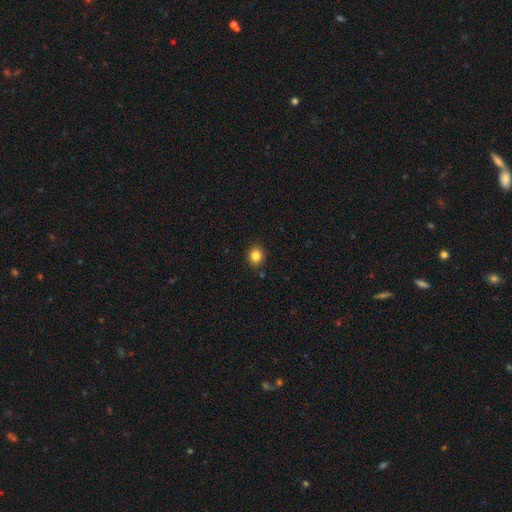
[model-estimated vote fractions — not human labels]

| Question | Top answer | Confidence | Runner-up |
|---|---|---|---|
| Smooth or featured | smooth | 84% | star or artifact (11%) |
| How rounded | round | 69% | in between (30%) |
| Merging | none | 87% | minor disturbance (9%) |